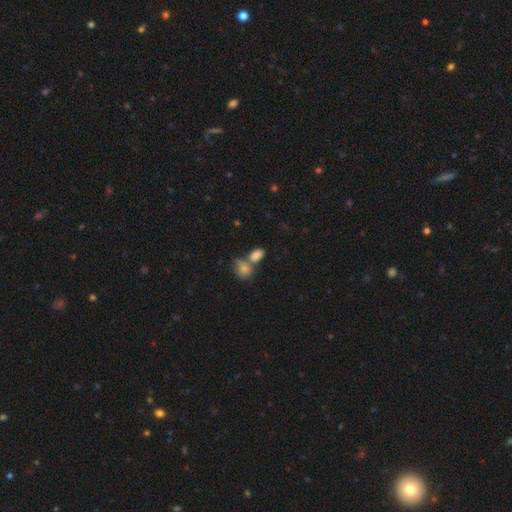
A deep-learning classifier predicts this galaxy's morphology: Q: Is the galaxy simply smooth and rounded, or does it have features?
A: smooth — 84%.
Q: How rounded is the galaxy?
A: in between — 85%.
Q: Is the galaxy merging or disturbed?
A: merger — 47%.